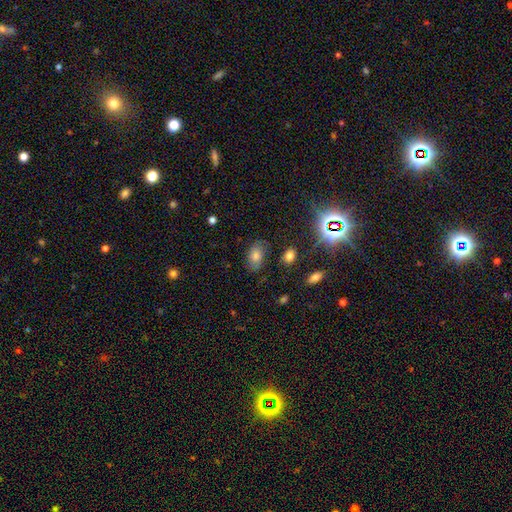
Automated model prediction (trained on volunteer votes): Smooth or featured?
  - smooth: 67% *
  - star or artifact: 19%
  - featured or disk: 14%
How rounded?
  - in between: 89% *
  - round: 9%
  - cigar-shaped: 2%
Merging?
  - none: 77% *
  - minor disturbance: 16%
  - major disturbance: 5%
  - merger: 2%